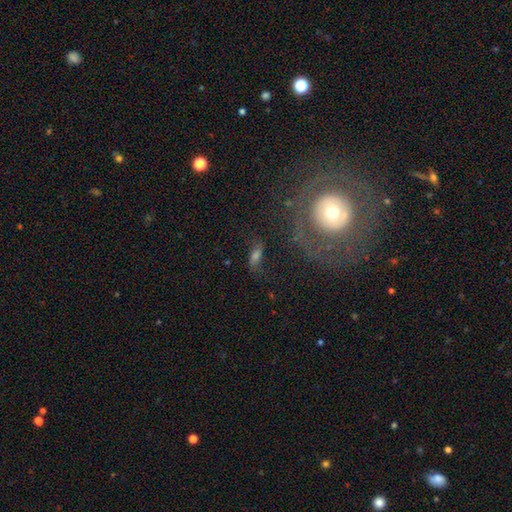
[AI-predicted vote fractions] Morphology: type=smooth (56%); roundness=in between (69%); merging=none (58%).